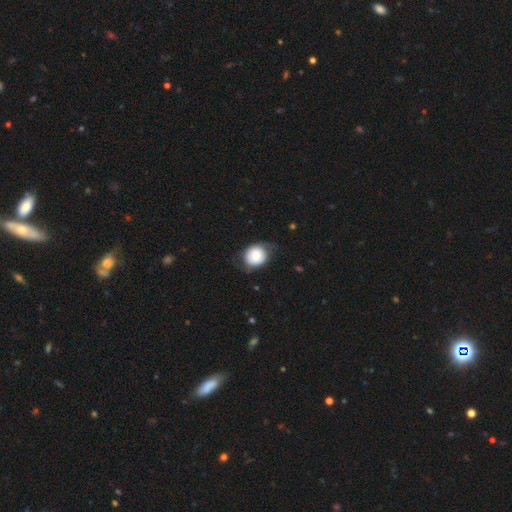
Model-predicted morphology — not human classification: smooth-or-featured: smooth: 74% | featured or disk: 18% | star or artifact: 8%
  how-rounded: round: 75% | in between: 24% | cigar-shaped: 1%
  merging: none: 61% | minor disturbance: 27% | major disturbance: 10% | merger: 1%